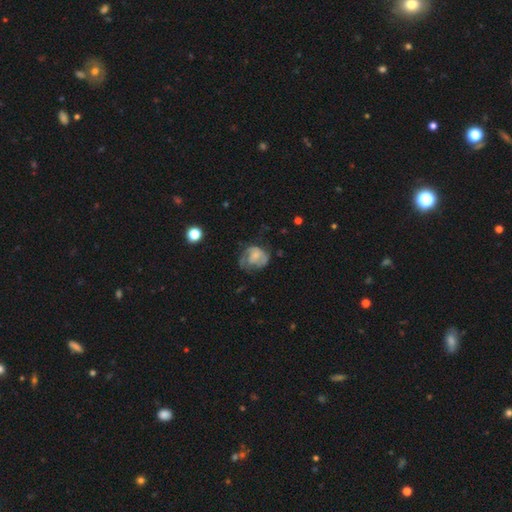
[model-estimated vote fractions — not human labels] This appears to be a featured or disk galaxy (56%) with no bar (71%), spiral arms (66%) and a small central bulge (46%). Merging: none (38%).